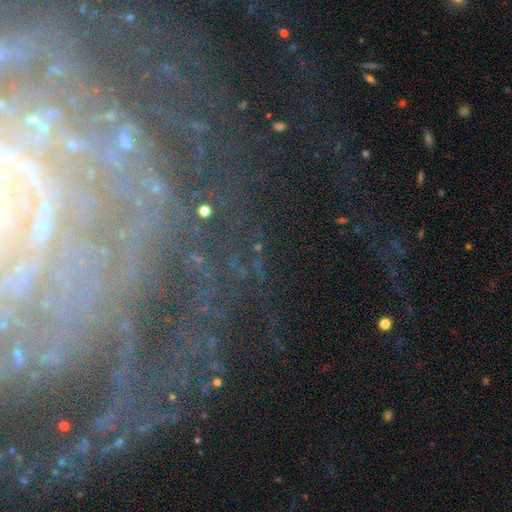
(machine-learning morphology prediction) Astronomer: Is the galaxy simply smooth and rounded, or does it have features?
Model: featured or disk — 74%.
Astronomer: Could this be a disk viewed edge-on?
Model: no — 94%.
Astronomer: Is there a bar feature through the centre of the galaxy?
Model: no — 47% (runner-up: weak, 28%).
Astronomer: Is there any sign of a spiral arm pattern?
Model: yes — 92%.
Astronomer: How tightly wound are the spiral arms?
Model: tight — 72%.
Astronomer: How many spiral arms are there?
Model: can't tell — 29% (runner-up: 2, 17%).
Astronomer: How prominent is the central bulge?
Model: small — 68%.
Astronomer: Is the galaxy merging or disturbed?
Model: none — 72%.